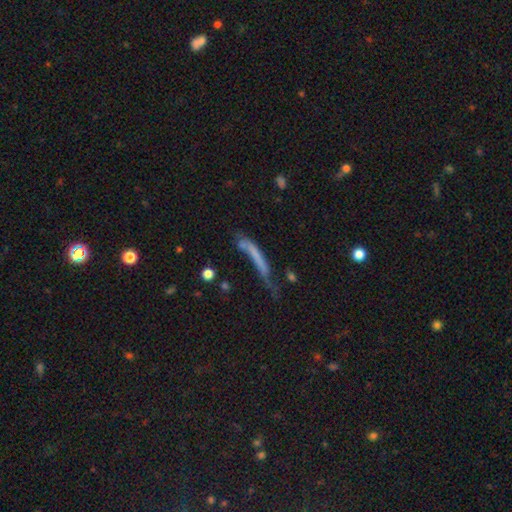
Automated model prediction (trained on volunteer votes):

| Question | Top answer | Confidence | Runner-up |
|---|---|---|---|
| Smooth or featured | smooth | 52% | featured or disk (35%) |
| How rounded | cigar-shaped | 89% | in between (8%) |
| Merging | none | 33% | major disturbance (31%) |